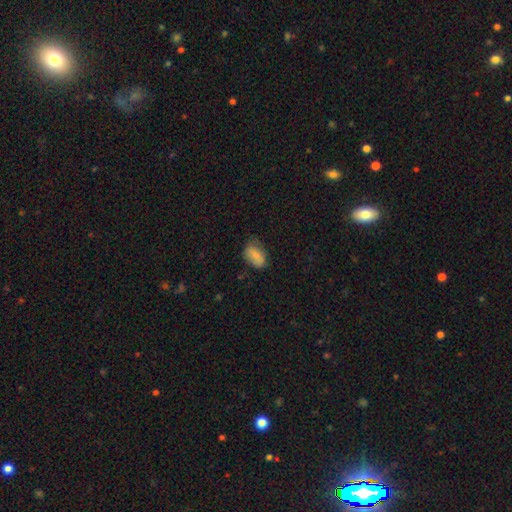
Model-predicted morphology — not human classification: smooth-or-featured: smooth: 80% | featured or disk: 12% | star or artifact: 8%
  how-rounded: in between: 88% | round: 10% | cigar-shaped: 2%
  merging: none: 55% | minor disturbance: 33% | major disturbance: 10% | merger: 2%